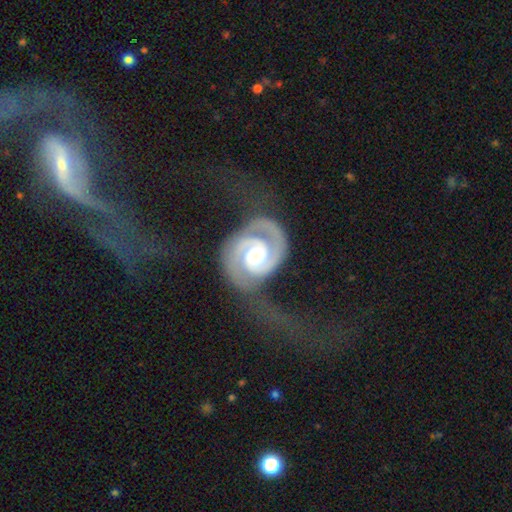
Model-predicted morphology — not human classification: A featured or disk galaxy (92%) with no bar (52%), 2 (90%) tight (55%) spiral arms (98%) and a moderate central bulge (72%). Merging: none (54%).